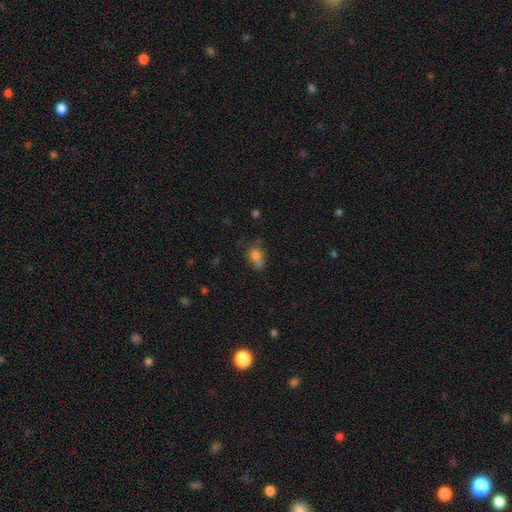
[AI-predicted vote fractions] This appears to be a smooth galaxy with no disk features (76%) that is in between round and cigar-shaped (71%). Merging: none (45%).